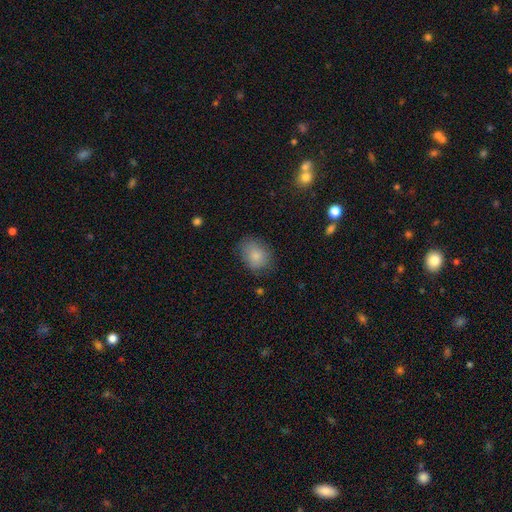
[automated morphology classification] The model was most divided on "how rounded": in between: 59%, round: 40%, cigar-shaped: 1%. More confident: smooth or featured — smooth (83%); merging — none (70%).